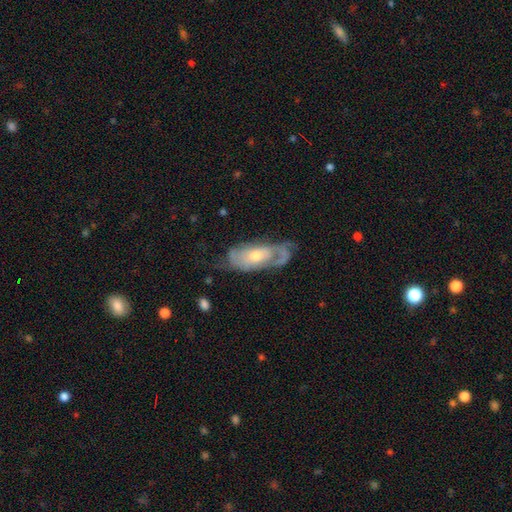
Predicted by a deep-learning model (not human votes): featured or disk 70%, smooth 24%, star or artifact 6%. Down the decision tree: edge-on disk — no (88%); bar — no (73%); spiral arms — yes (79%); bulge size — moderate (58%); merging — none (49%).